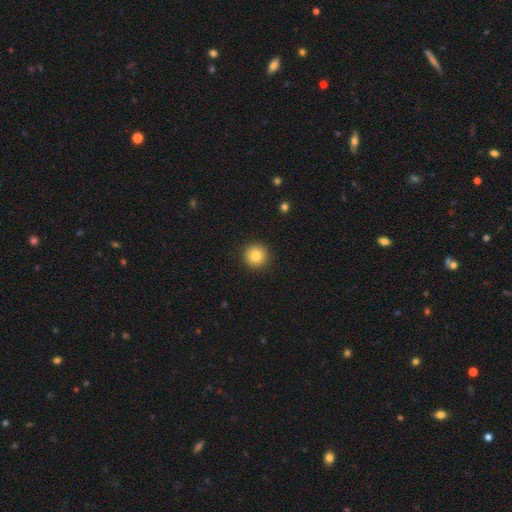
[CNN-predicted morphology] smooth_or_featured: smooth (p=0.81) [alt: star or artifact p=0.10]
how_rounded: round (p=0.96) [alt: in between p=0.03]
merging: none (p=0.92) [alt: minor disturbance p=0.05]